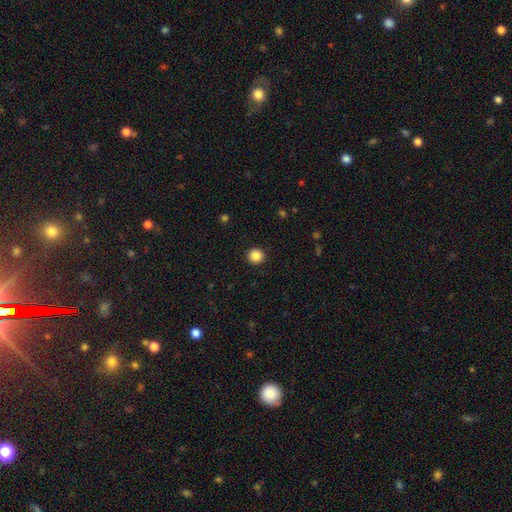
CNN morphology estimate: smooth-or-featured: smooth: 87% | star or artifact: 10% | featured or disk: 3%
  how-rounded: round: 92% | in between: 7% | cigar-shaped: 1%
  merging: none: 93% | minor disturbance: 5% | major disturbance: 2% | merger: 1%